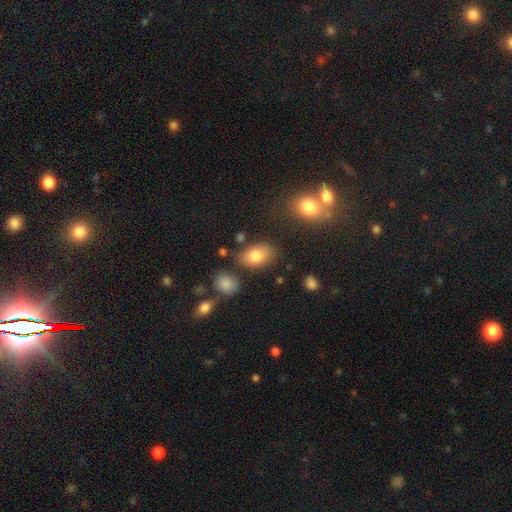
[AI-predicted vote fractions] smooth 81%, featured or disk 10%, star or artifact 9%. Down the decision tree: how rounded — in between (87%); merging — none (76%).